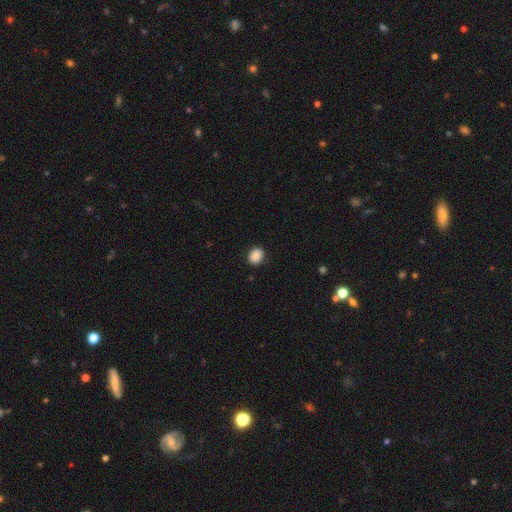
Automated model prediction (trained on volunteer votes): This appears to be a smooth galaxy with no disk features (88%) that is round (63%). Merging: none (89%).